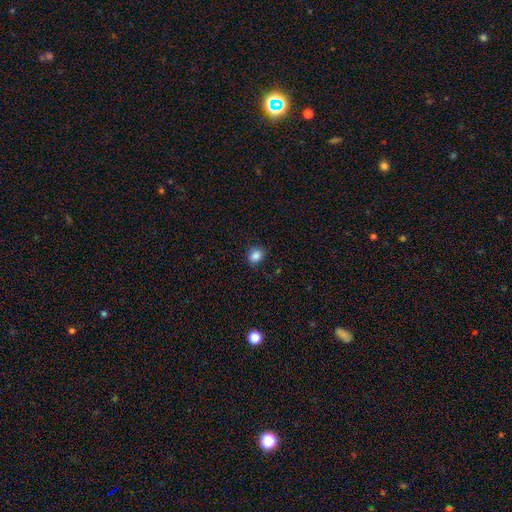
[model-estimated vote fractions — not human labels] This is clearly a smooth galaxy (86%). How rounded: likely round (69%). Merging: clearly none (83%).